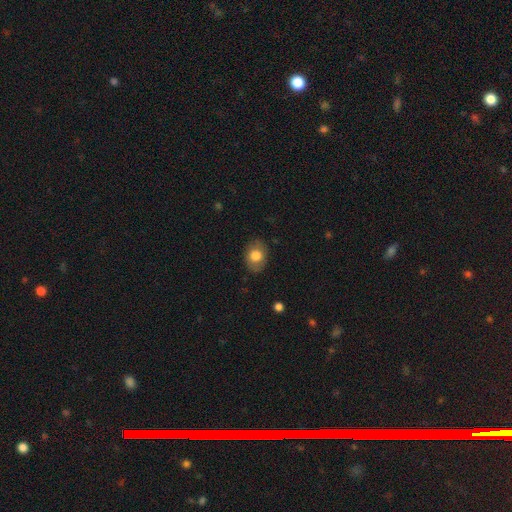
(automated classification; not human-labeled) This appears to be a smooth galaxy with no disk features (75%) that is in between round and cigar-shaped (61%). Merging: none (82%).